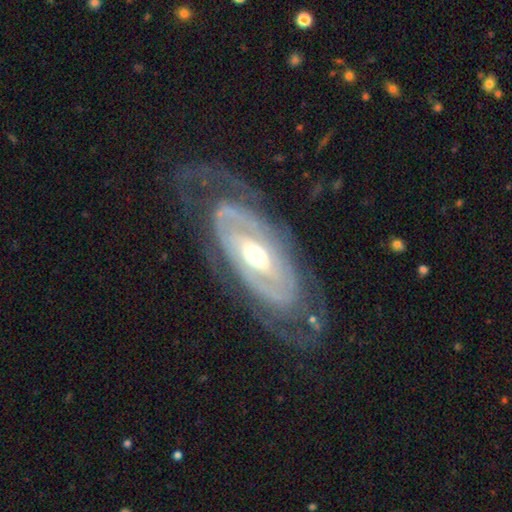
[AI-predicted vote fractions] Q: Smooth or featured?
A: featured or disk (87%); runner-up: smooth (9%)
Q: Edge-on disk?
A: no (90%); runner-up: yes (10%)
Q: Bar?
A: no (49%); runner-up: weak (29%)
Q: Spiral arms?
A: yes (83%); runner-up: no (17%)
Q: Spiral winding?
A: tight (63%); runner-up: medium (27%)
Q: Spiral arm count?
A: 2 (48%); runner-up: can't tell (31%)
Q: Bulge size?
A: moderate (69%); runner-up: small (19%)
Q: Merging?
A: none (72%); runner-up: minor disturbance (15%)